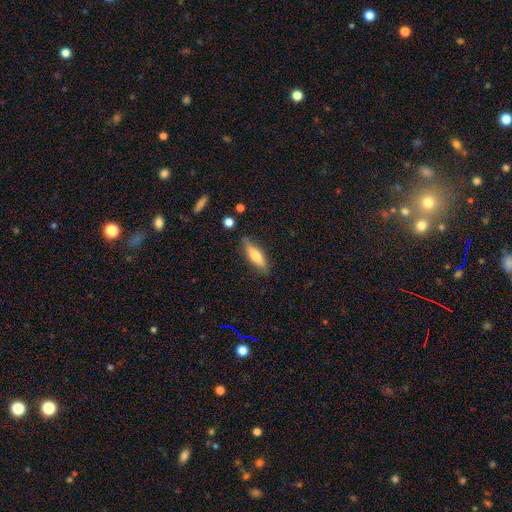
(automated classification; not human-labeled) Q: Smooth or featured?
A: smooth (66%); runner-up: featured or disk (27%)
Q: How rounded?
A: cigar-shaped (58%); runner-up: in between (40%)
Q: Merging?
A: none (81%); runner-up: minor disturbance (14%)